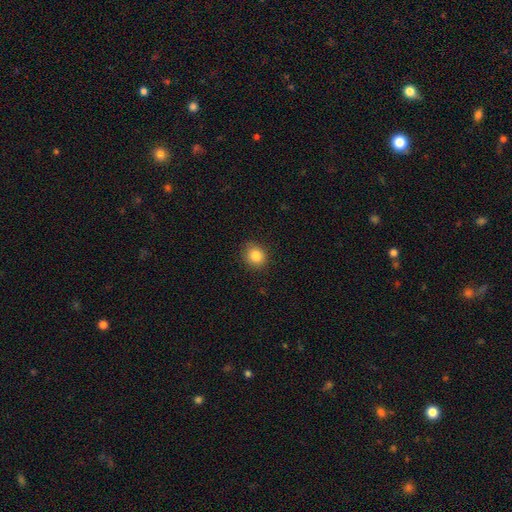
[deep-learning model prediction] Smooth or featured? Predicted: smooth (p=0.85). How rounded? Predicted: round (p=0.71). Merging? Predicted: none (p=0.86).